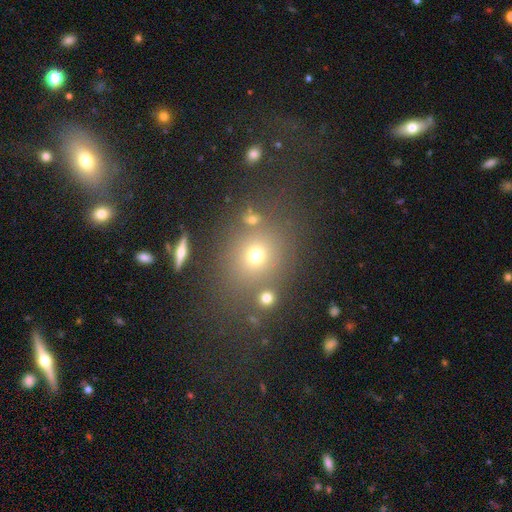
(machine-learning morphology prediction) Smooth or featured? smooth (66%)
How rounded? round (73%)
Merging? none (75%)